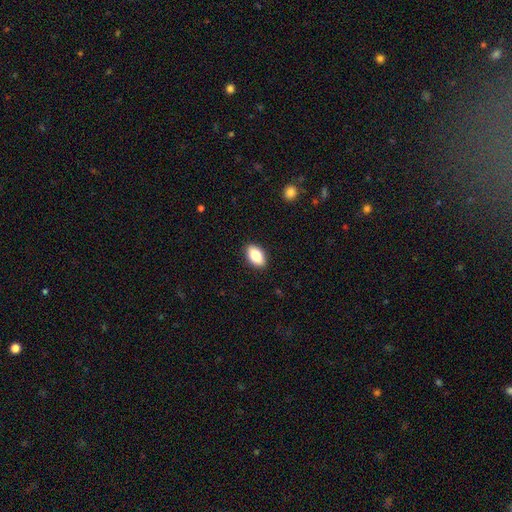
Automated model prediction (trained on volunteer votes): The model was most divided on "smooth or featured": smooth: 84%, featured or disk: 9%, star or artifact: 7%. More confident: how rounded — in between (92%); merging — none (90%).